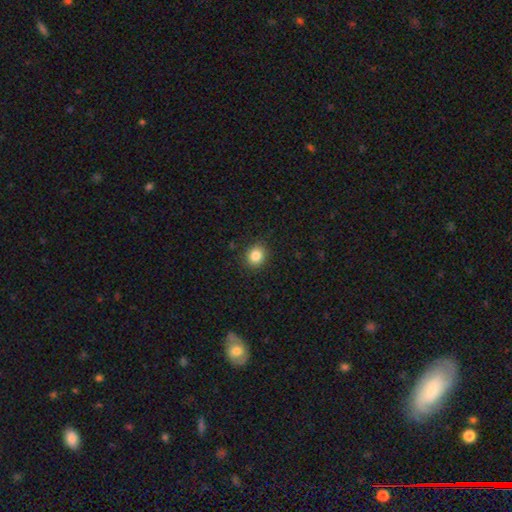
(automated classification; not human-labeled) This appears to be a smooth galaxy with no disk features (85%) that is round (69%). Merging: none (89%).